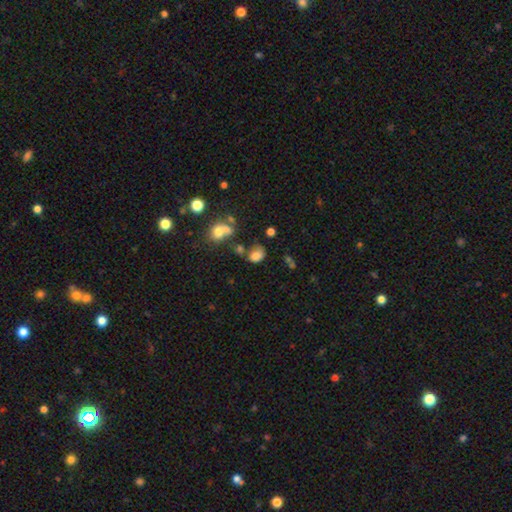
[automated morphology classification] smooth-or-featured: smooth: 76% | star or artifact: 14% | featured or disk: 10%
  how-rounded: in between: 61% | round: 38% | cigar-shaped: 1%
  merging: none: 47% | minor disturbance: 25% | merger: 14% | major disturbance: 14%